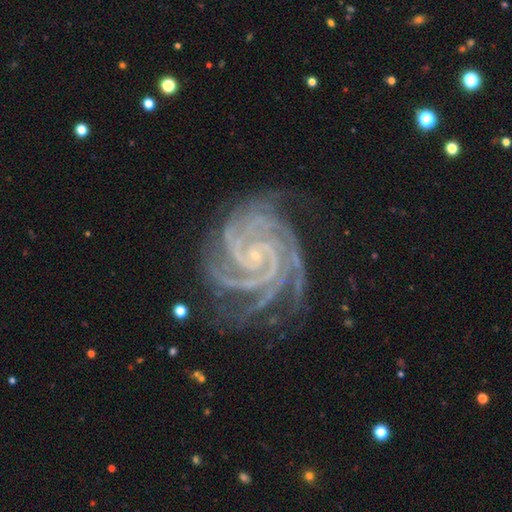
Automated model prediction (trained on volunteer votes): A featured or disk galaxy (93%) with no bar (61%), 4 (36%) tight (83%) spiral arms (99%) and a small central bulge (87%).

Vote fractions:
- Smooth or featured? featured or disk: 93% / star or artifact: 5% / smooth: 2%
- Edge-on disk? no: 98% / yes: 2%
- Bar? no: 61% / weak: 23% / strong: 16%
- Spiral arms? yes: 99% / no: 1%
- Spiral winding? tight: 83% / medium: 16% / loose: 2%
- Spiral arm count? 4: 36% / 3: 22% / more than 4: 14% / 2: 11% / can't tell: 9% / 1: 8%
- Bulge size? small: 87% / moderate: 7% / none: 4% / large: 1% / dominant: 1%
- Merging? none: 75% / minor disturbance: 18% / major disturbance: 6% / merger: 2%